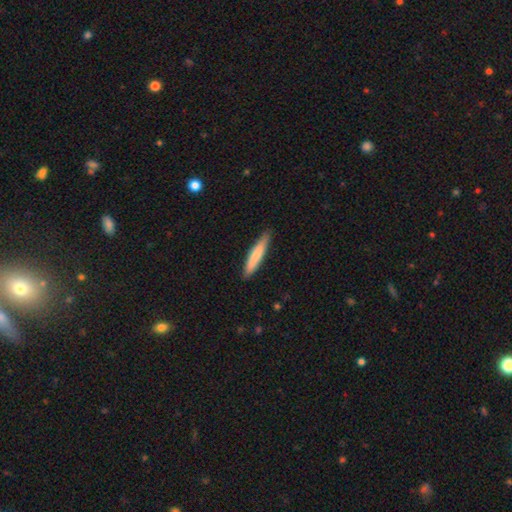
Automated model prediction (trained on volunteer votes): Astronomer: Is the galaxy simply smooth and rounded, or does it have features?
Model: smooth — 75%.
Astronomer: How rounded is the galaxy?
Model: cigar-shaped — 91%.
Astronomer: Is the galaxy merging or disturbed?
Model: none — 87%.